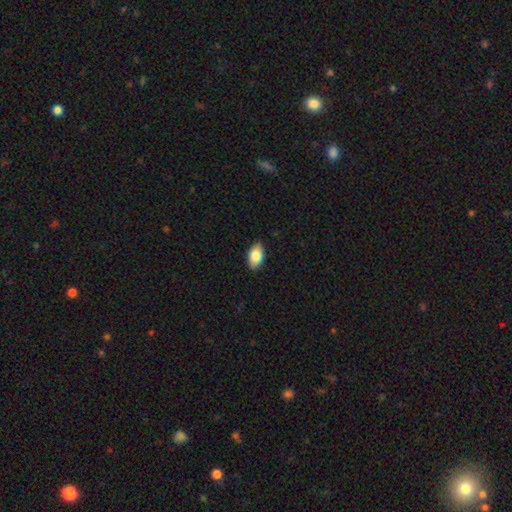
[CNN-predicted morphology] Q: Smooth or featured?
A: smooth (83%); runner-up: featured or disk (11%)
Q: How rounded?
A: in between (93%); runner-up: round (5%)
Q: Merging?
A: none (88%); runner-up: minor disturbance (10%)